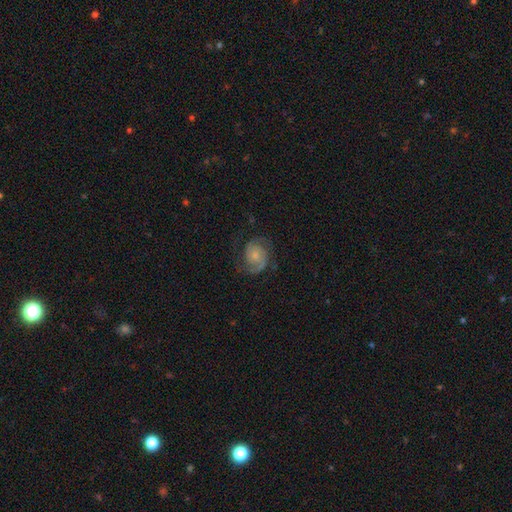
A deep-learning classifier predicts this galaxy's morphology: featured or disk 80%, smooth 13%, star or artifact 7%. Down the decision tree: edge-on disk — no (98%); bar — no (72%); spiral arms — yes (96%); spiral arm count — 2 (83%); spiral winding — medium (45%); bulge size — small (53%); merging — none (72%).